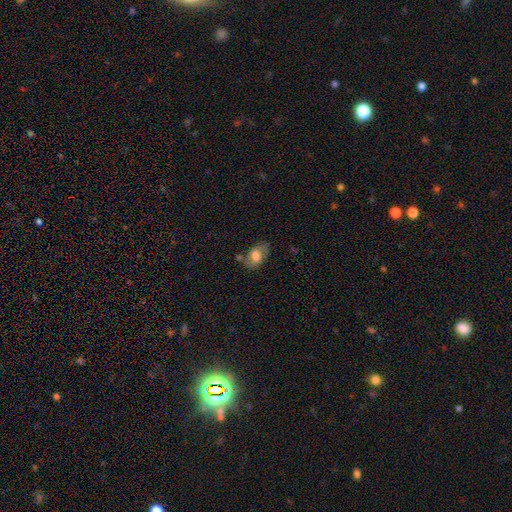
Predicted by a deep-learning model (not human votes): Smooth or featured?
  - smooth: 62% *
  - featured or disk: 30%
  - star or artifact: 8%
How rounded?
  - in between: 88% *
  - round: 10%
  - cigar-shaped: 2%
Merging?
  - none: 59% *
  - minor disturbance: 24%
  - major disturbance: 8%
  - merger: 8%